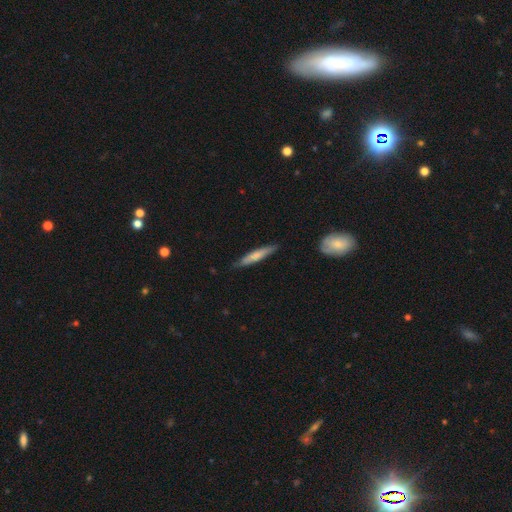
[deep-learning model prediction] The model was most divided on "smooth or featured": smooth: 64%, featured or disk: 31%, star or artifact: 5%. More confident: how rounded — cigar-shaped (92%); merging — none (84%).